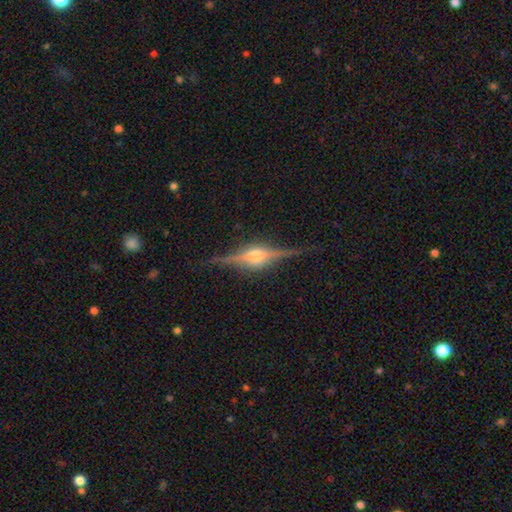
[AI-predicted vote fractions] The model was most divided on "merging": none: 88%, minor disturbance: 9%, major disturbance: 2%, merger: 1%. More confident: edge-on disk — yes (98%); edge-on bulge — rounded (89%); smooth or featured — featured or disk (87%).